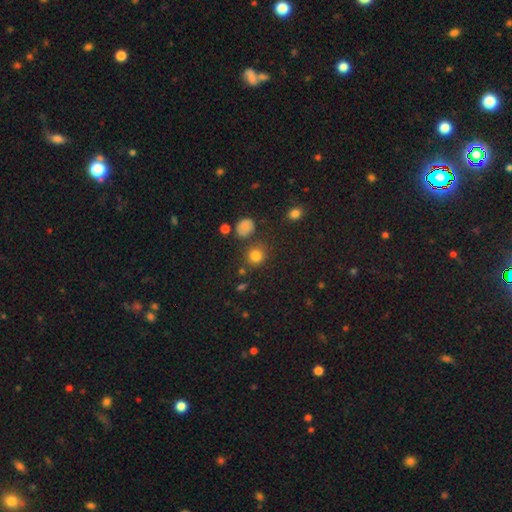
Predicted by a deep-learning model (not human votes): Morphology: type=smooth (79%); roundness=round (81%); merging=none (76%).